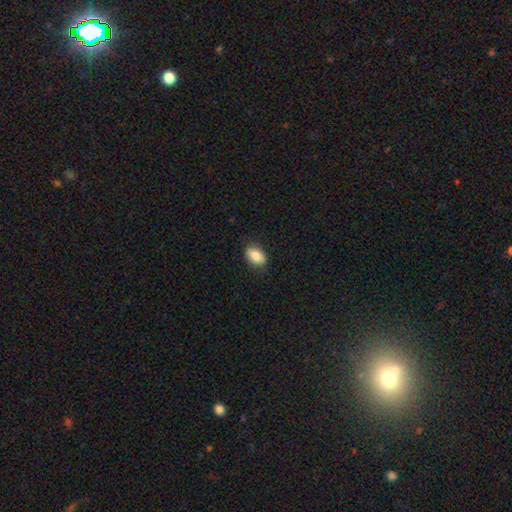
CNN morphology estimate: smooth 85%, featured or disk 8%, star or artifact 7%. Down the decision tree: how rounded — in between (86%); merging — none (83%).